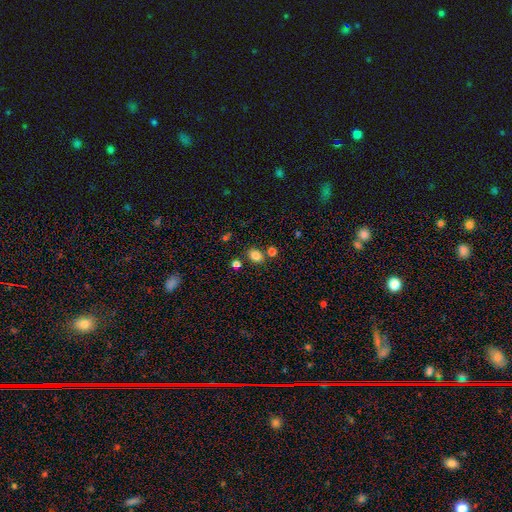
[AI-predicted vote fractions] Overall: smooth (82%). How rounded: in between (57%; round 41%). Merging: none (76%).